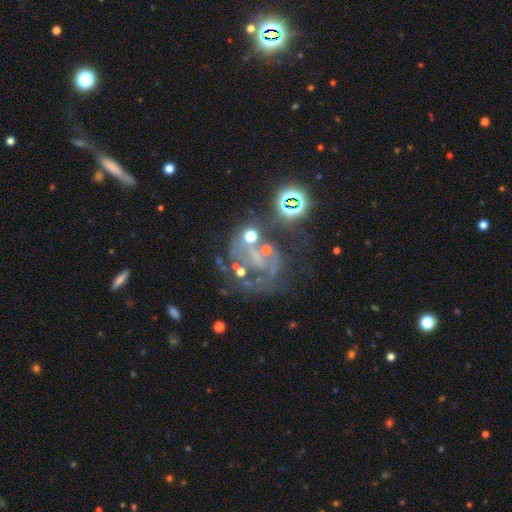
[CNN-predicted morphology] A featured or disk galaxy (55%) with no bar (60%), spiral arms (52%) and no central bulge (39%, tied with small).

Vote fractions:
- Smooth or featured? featured or disk: 55% / star or artifact: 31% / smooth: 14%
- Edge-on disk? no: 97% / yes: 3%
- Bar? no: 60% / weak: 26% / strong: 14%
- Spiral arms? yes: 52% / no: 48%
- Bulge size? none: 39% (tied) / small: 39% (tied) / moderate: 17% / large: 3% / dominant: 2%
- Merging? none: 41% / major disturbance: 29% / minor disturbance: 17% / merger: 12%